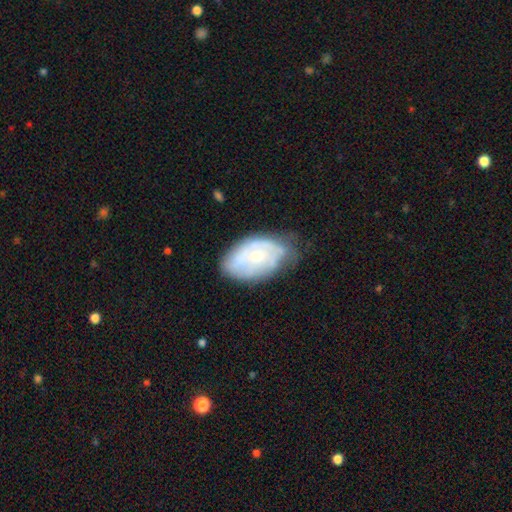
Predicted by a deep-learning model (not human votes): Smooth or featured?
  - featured or disk: 58% *
  - smooth: 35%
  - star or artifact: 7%
Edge-on disk?
  - no: 95% *
  - yes: 5%
Bar?
  - no: 80% *
  - weak: 17%
  - strong: 3%
Spiral arms?
  - yes: 59% *
  - no: 41%
Bulge size?
  - small: 48% *
  - moderate: 46%
  - large: 3%
  - none: 3%
  - dominant: 1%
Merging?
  - none: 50% *
  - minor disturbance: 36%
  - major disturbance: 11%
  - merger: 2%